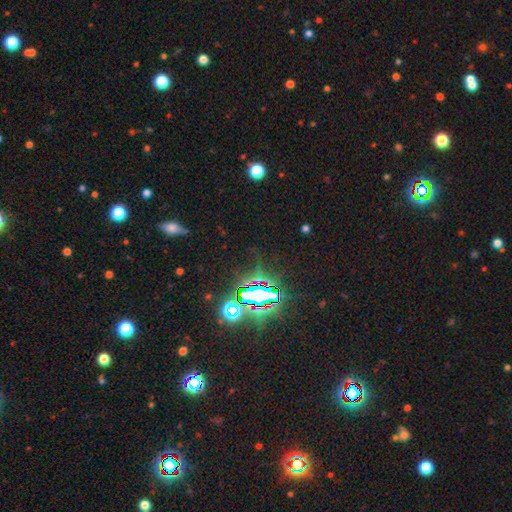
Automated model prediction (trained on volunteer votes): Overall: star or artifact (81%).